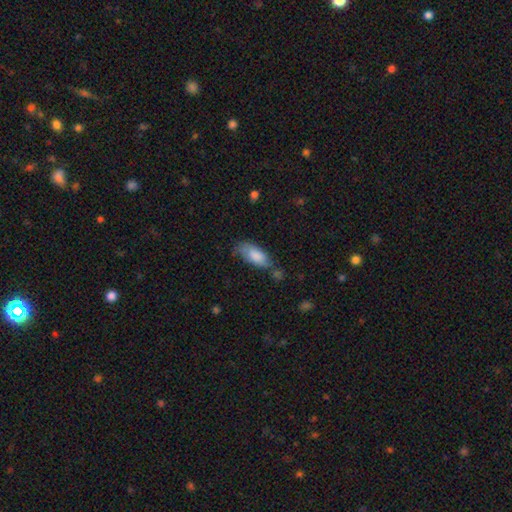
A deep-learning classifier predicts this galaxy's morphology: This is likely a smooth galaxy (79%). How rounded: clearly in between (83%). Merging: possibly none (50%).